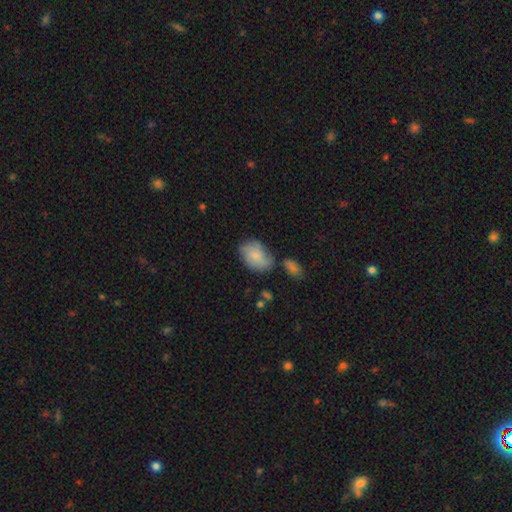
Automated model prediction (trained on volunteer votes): A smooth galaxy with no disk features (70%) that is in between round and cigar-shaped (81%).

Vote fractions:
- Smooth or featured? smooth: 70% / featured or disk: 23% / star or artifact: 7%
- How rounded? in between: 81% / round: 17% / cigar-shaped: 1%
- Merging? none: 49% / minor disturbance: 28% / merger: 13% / major disturbance: 10%